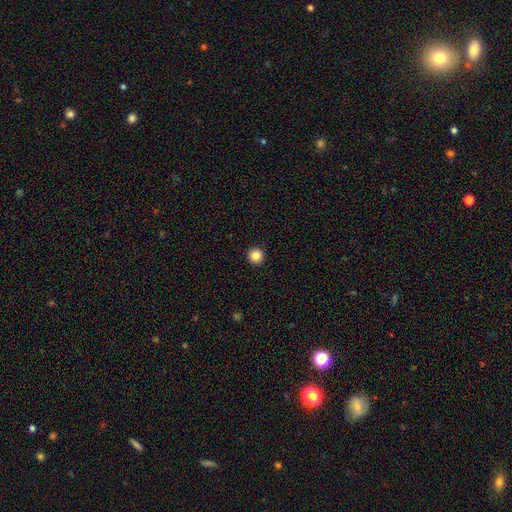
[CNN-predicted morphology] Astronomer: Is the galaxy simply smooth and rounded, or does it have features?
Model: smooth — 85%.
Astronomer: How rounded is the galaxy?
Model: round — 96%.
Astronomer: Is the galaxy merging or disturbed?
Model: none — 94%.